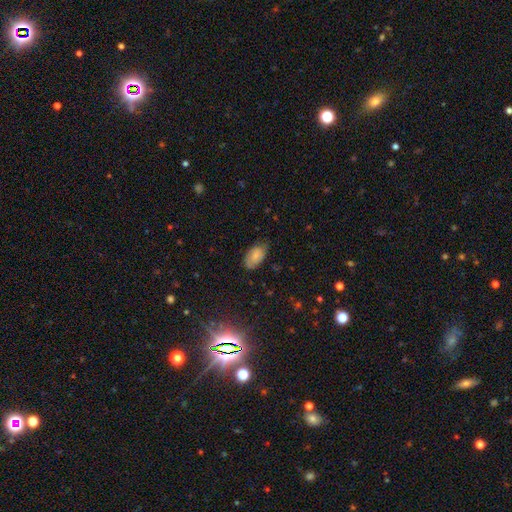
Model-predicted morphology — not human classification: Overall: smooth (75%). How rounded: in between (93%). Merging: none (64%; minor disturbance 29%).